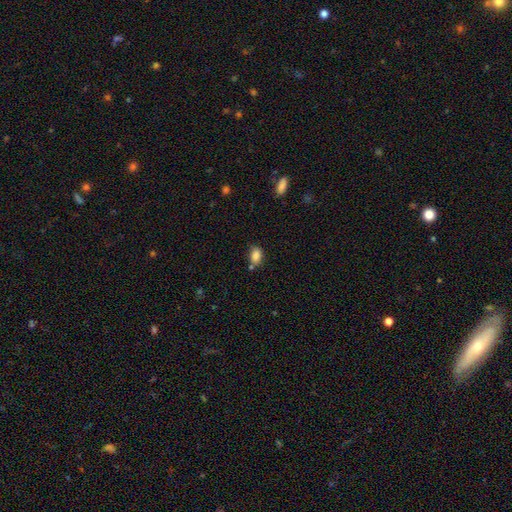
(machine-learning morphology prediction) smooth_or_featured: smooth (p=0.84) [alt: star or artifact p=0.10]
how_rounded: in between (p=0.78) [alt: round p=0.20]
merging: none (p=0.64) [alt: minor disturbance p=0.19]